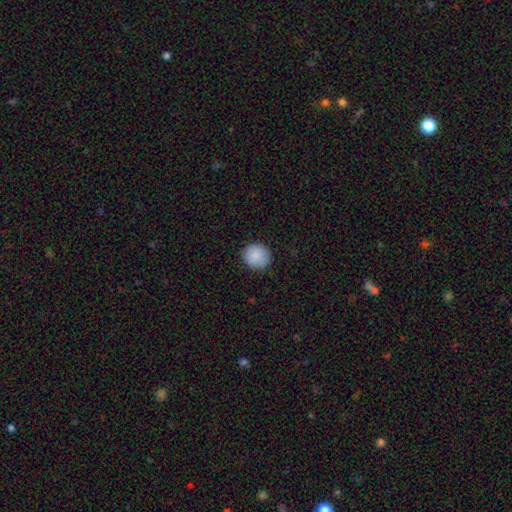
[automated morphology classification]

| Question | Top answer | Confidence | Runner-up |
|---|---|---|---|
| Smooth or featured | smooth | 88% | star or artifact (8%) |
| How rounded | round | 89% | in between (10%) |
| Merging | none | 86% | minor disturbance (10%) |